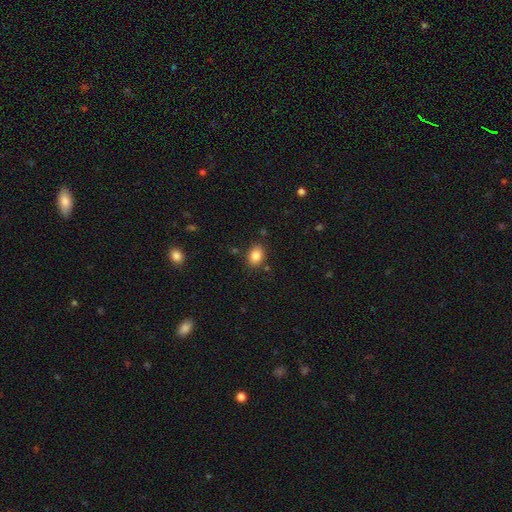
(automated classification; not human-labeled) Smooth or featured? smooth (85%)
How rounded? in between (71%)
Merging? none (83%)